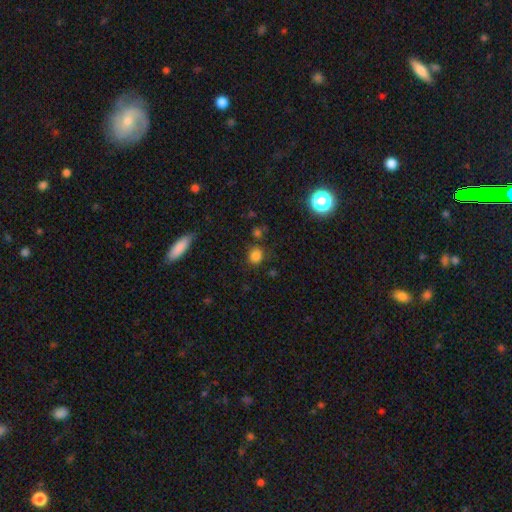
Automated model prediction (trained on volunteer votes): Smooth or featured? smooth (81%)
How rounded? round (79%)
Merging? none (79%)